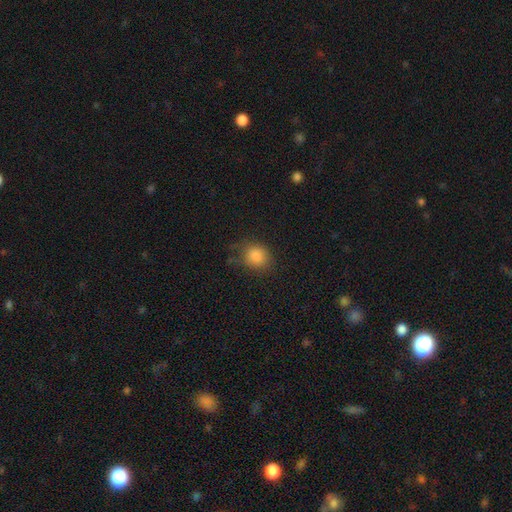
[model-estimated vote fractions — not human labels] smooth-or-featured: smooth: 84% | star or artifact: 11% | featured or disk: 5%
  how-rounded: round: 77% | in between: 22% | cigar-shaped: 1%
  merging: none: 71% | minor disturbance: 20% | major disturbance: 7% | merger: 2%